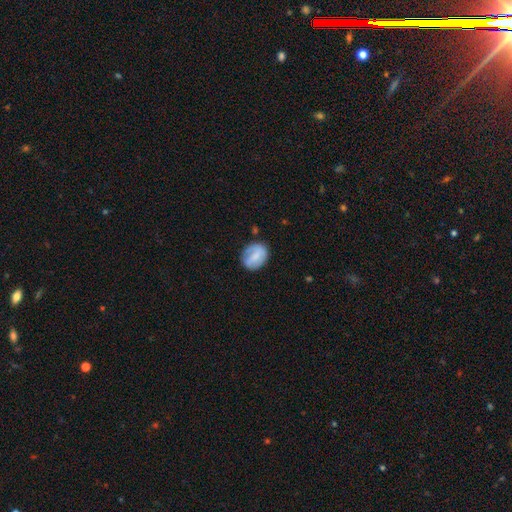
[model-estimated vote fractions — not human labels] This appears to be a smooth galaxy with no disk features (58%) that is round (51%). Merging: none (68%).